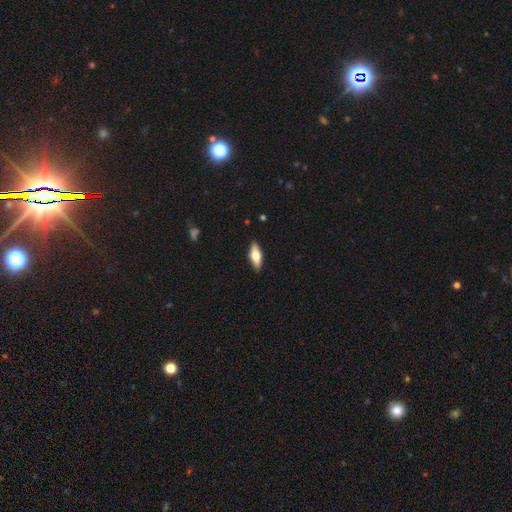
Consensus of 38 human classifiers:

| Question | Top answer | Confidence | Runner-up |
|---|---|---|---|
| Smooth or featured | smooth | 63% | featured or disk (32%) |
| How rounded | in between | 67% | cigar-shaped (33%) |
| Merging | none | 94% | minor disturbance (3%) |